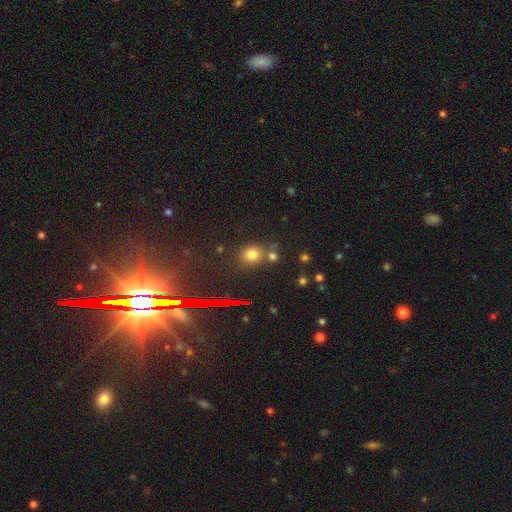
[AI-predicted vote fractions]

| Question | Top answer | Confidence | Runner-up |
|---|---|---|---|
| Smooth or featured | star or artifact | 48% | smooth (41%) |